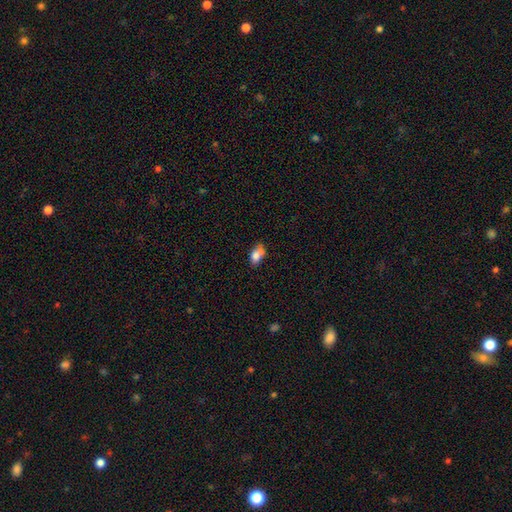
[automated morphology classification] This is likely a smooth galaxy (76%). How rounded: clearly in between (85%). Merging: marginally none (43%).